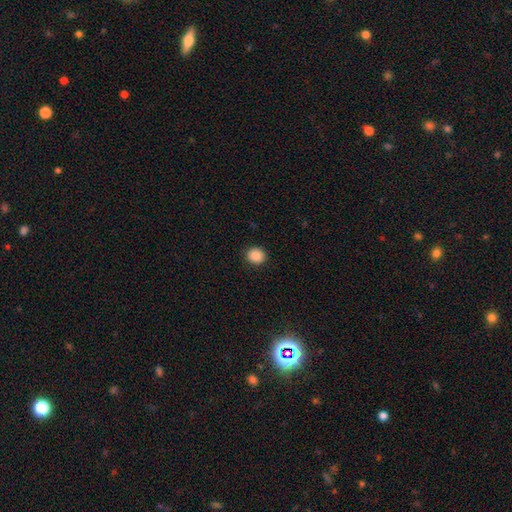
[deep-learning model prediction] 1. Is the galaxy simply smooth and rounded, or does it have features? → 88% smooth, 9% star or artifact, 3% featured or disk.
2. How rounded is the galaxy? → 81% round, 18% in between, 1% cigar-shaped.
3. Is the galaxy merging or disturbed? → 91% none, 6% minor disturbance, 2% major disturbance, 1% merger.